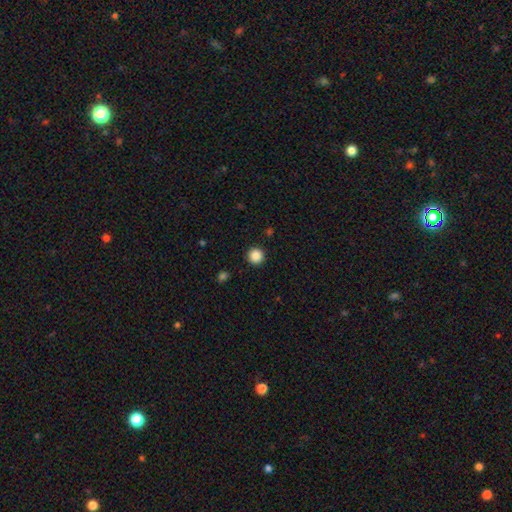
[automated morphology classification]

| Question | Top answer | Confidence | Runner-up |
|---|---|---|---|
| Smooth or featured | smooth | 87% | star or artifact (10%) |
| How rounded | round | 95% | in between (4%) |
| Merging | none | 92% | minor disturbance (5%) |